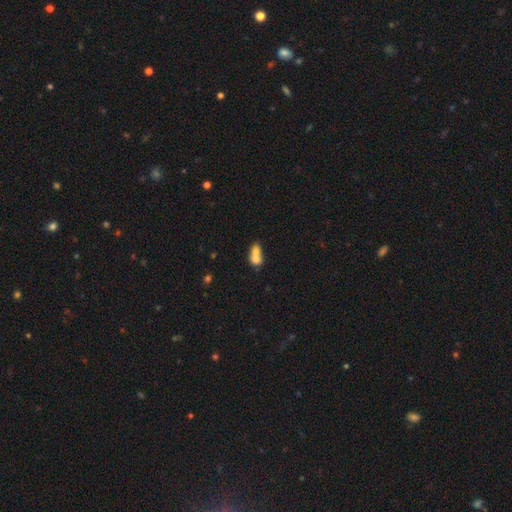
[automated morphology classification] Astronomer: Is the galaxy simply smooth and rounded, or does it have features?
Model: smooth — 71%.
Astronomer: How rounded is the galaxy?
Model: in between — 58% (runner-up: round, 38%).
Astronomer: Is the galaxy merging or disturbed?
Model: merger — 70%.